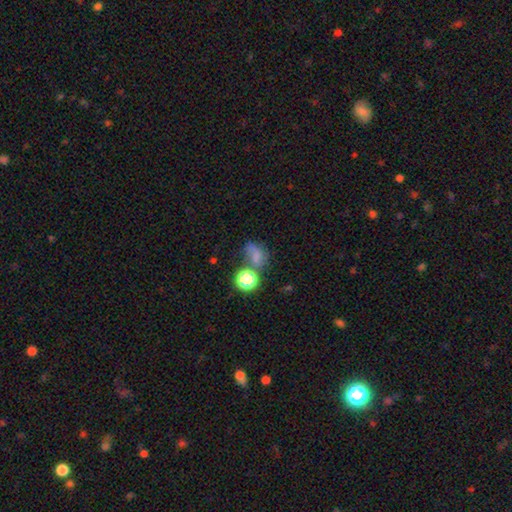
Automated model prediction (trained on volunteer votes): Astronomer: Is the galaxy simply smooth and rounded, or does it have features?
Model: smooth — 60%.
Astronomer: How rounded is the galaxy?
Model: in between — 58% (runner-up: round, 40%).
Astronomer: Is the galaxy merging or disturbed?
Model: none — 36% (runner-up: major disturbance, 22%).